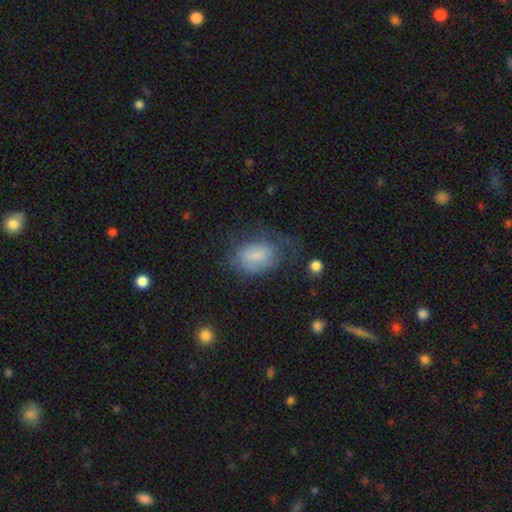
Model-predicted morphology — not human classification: Q: Smooth or featured?
A: smooth (70%); runner-up: featured or disk (22%)
Q: How rounded?
A: in between (83%); runner-up: round (16%)
Q: Merging?
A: none (42%); runner-up: minor disturbance (29%)